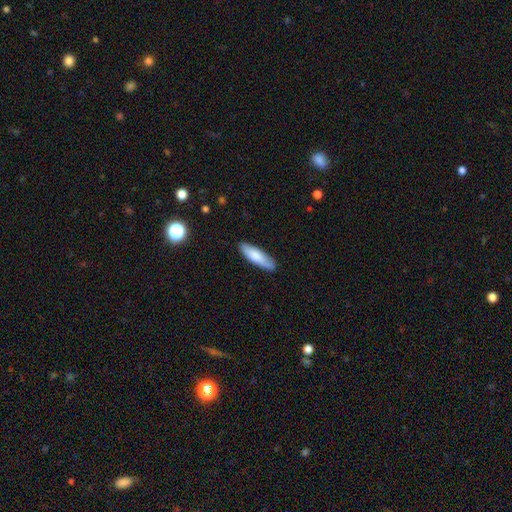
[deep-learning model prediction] Smooth or featured? Predicted: smooth (p=0.80). How rounded? Predicted: cigar-shaped (p=0.61). Merging? Predicted: none (p=0.86).